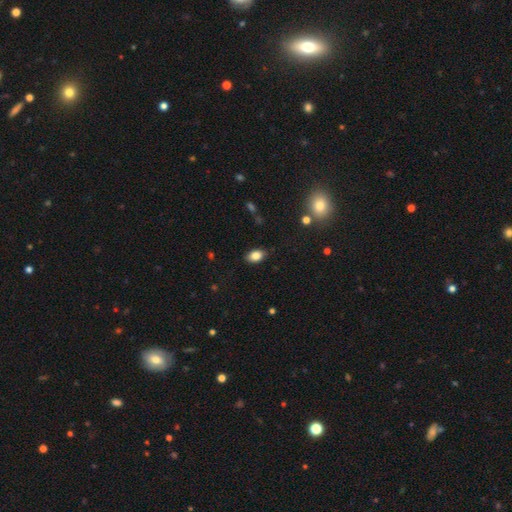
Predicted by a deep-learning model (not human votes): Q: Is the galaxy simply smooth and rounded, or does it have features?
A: smooth — 83%.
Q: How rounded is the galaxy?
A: in between — 87%.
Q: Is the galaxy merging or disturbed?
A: none — 85%.